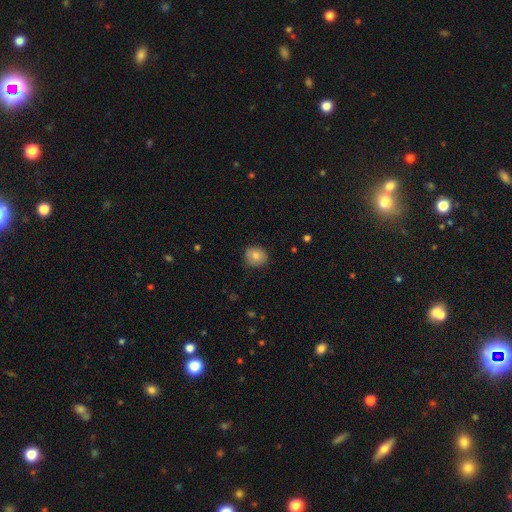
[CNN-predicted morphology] smooth 78%, featured or disk 13%, star or artifact 9%. Down the decision tree: how rounded — round (82%); merging — none (83%).